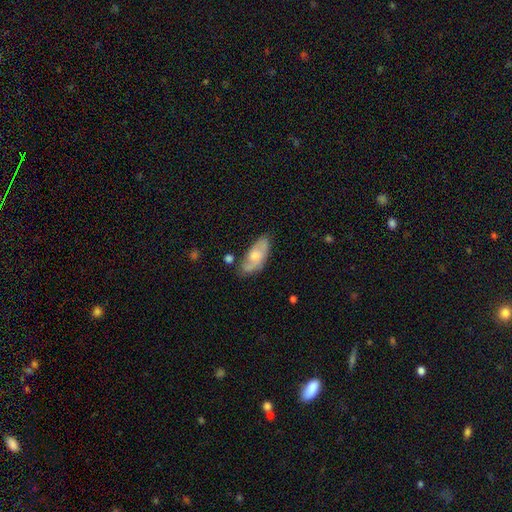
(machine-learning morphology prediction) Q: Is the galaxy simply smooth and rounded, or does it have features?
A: smooth — 51%.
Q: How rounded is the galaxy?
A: in between — 86%.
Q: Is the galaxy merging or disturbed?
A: none — 62%.